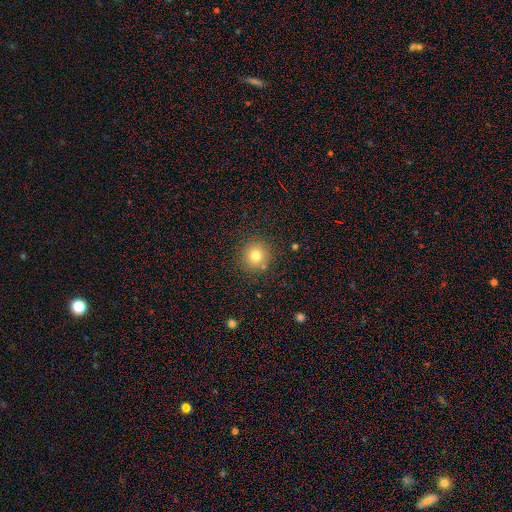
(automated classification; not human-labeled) Smooth or featured: smooth — 78% (star or artifact — 13%)
How rounded: round — 92% (in between — 7%)
Merging: none — 87% (minor disturbance — 8%)